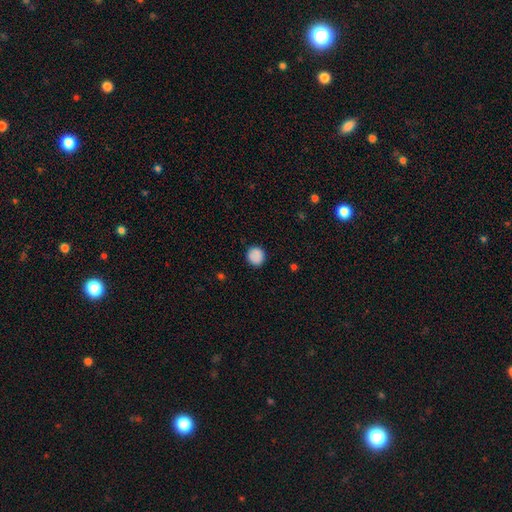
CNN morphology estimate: Smooth or featured? Predicted: smooth (p=0.86). How rounded? Predicted: round (p=0.88). Merging? Predicted: none (p=0.87).